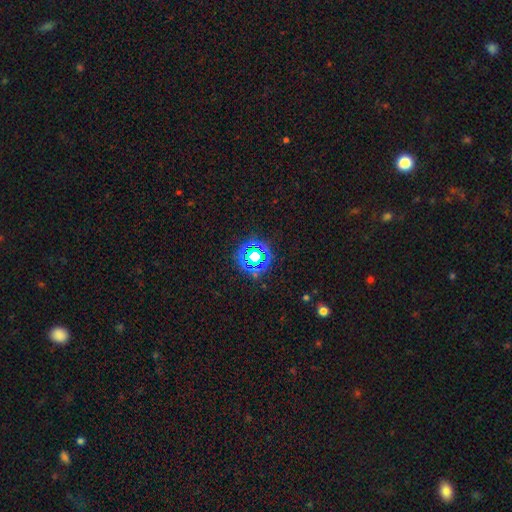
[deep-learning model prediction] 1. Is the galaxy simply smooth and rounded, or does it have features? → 72% star or artifact, 18% smooth, 10% featured or disk.